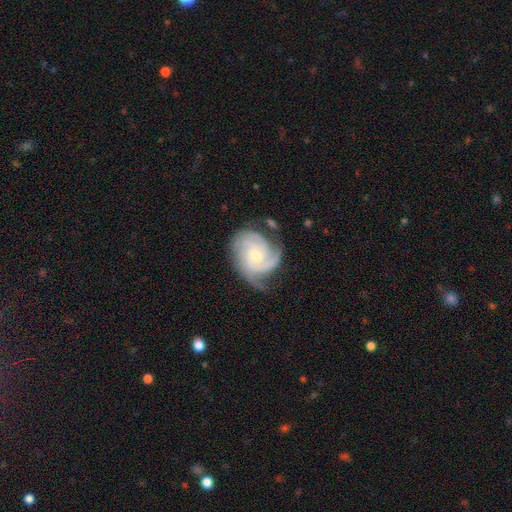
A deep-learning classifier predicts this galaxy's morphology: smooth-or-featured: featured or disk: 89% | smooth: 6% | star or artifact: 5%
  disk-edge-on: no: 98% | yes: 2%
    bar: no: 64% | weak: 30% | strong: 7%
    has-spiral-arms: yes: 98% | no: 2%
      spiral-winding: tight: 66% | medium: 29% | loose: 5%
      spiral-arm-count: 3: 51% | 2: 15% | 4: 13% | can't tell: 12% | 1: 4% | more than 4: 4%
    bulge-size: small: 56% | moderate: 41% | none: 1% | large: 1% | dominant: 1%
  merging: none: 63% | minor disturbance: 24% | major disturbance: 10% | merger: 3%